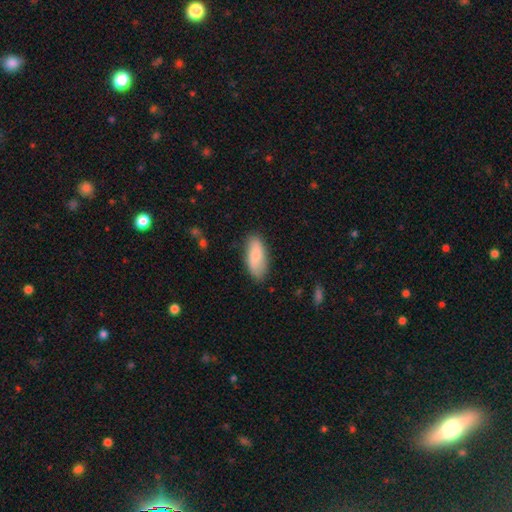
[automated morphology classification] smooth 80%, featured or disk 14%, star or artifact 6%. Down the decision tree: how rounded — in between (84%); merging — none (79%).